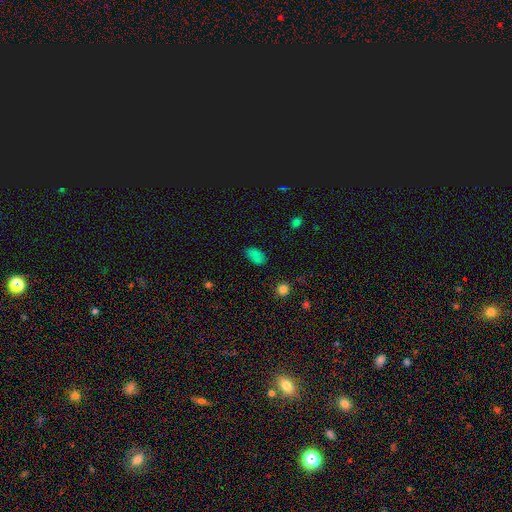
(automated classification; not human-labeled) Smooth or featured? Predicted: smooth (p=0.78). How rounded? Predicted: in between (p=0.92). Merging? Predicted: none (p=0.76).